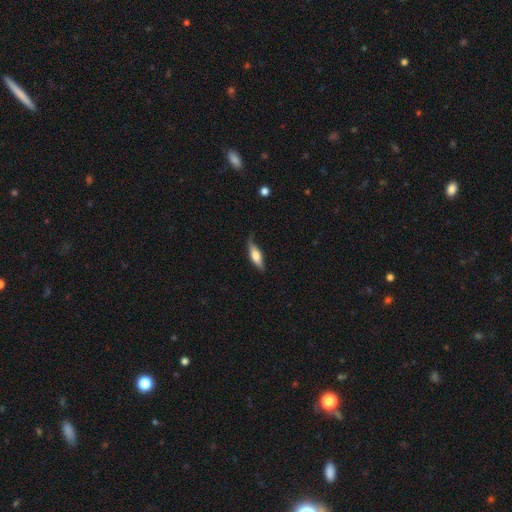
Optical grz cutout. It shows a smooth galaxy with no disk features (60%) that is in between round and cigar-shaped (58%). Merging: minor disturbance (51%).